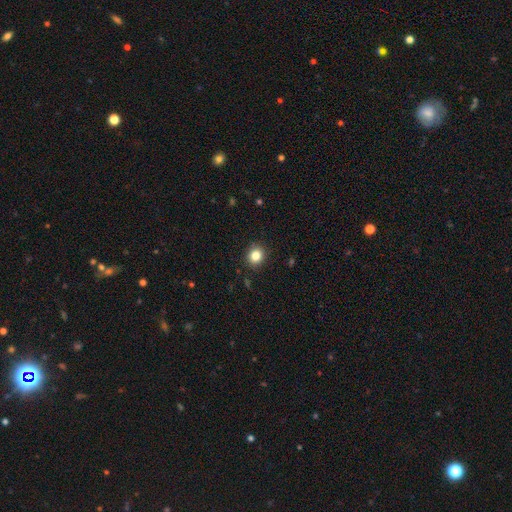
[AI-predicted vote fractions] Q: Smooth or featured?
A: smooth (84%); runner-up: star or artifact (11%)
Q: How rounded?
A: round (76%); runner-up: in between (23%)
Q: Merging?
A: none (89%); runner-up: minor disturbance (8%)